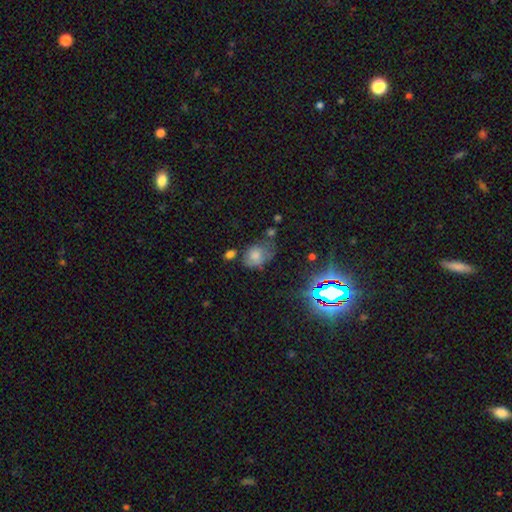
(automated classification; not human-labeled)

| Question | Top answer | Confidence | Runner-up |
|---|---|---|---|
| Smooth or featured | smooth | 68% | featured or disk (17%) |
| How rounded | in between | 66% | round (33%) |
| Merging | none | 41% | minor disturbance (33%) |